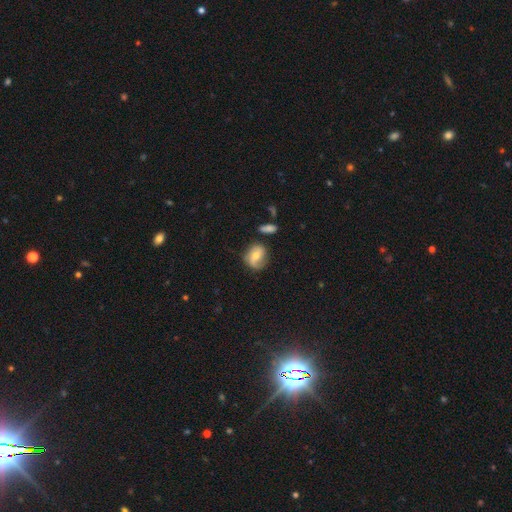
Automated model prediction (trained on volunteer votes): smooth-or-featured: featured or disk: 58% | smooth: 34% | star or artifact: 8%
  disk-edge-on: no: 96% | yes: 4%
    bar: no: 42% | weak: 41% | strong: 16%
    has-spiral-arms: yes: 85% | no: 15%
    bulge-size: moderate: 61% | small: 34% | large: 3% | none: 2% | dominant: 1%
  merging: none: 67% | minor disturbance: 22% | major disturbance: 7% | merger: 4%